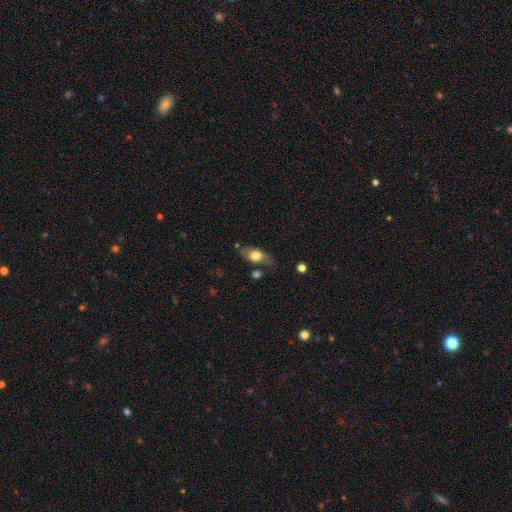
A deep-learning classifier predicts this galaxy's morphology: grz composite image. It shows a smooth galaxy with no disk features (66%) that is in between round and cigar-shaped (82%). Merging: none (62%).